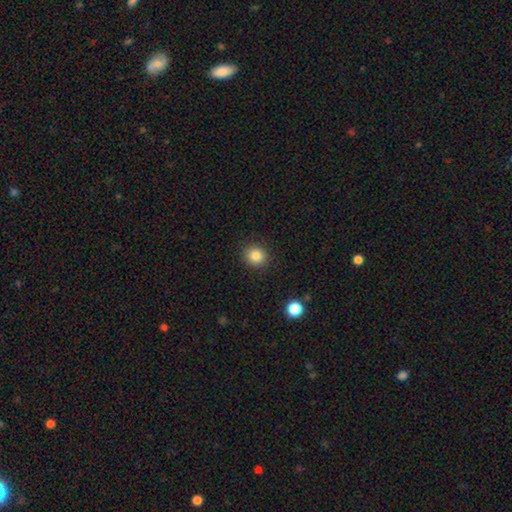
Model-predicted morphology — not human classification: smooth-or-featured: smooth: 84% | star or artifact: 11% | featured or disk: 5%
  how-rounded: round: 86% | in between: 13% | cigar-shaped: 1%
  merging: none: 90% | minor disturbance: 6% | major disturbance: 2% | merger: 1%